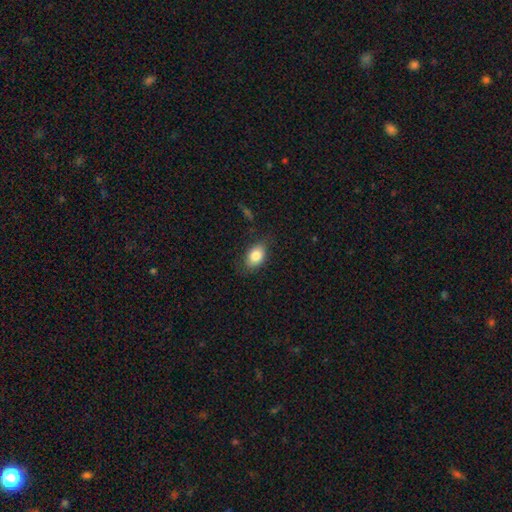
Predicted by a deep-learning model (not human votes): A smooth galaxy with no disk features (83%) that is in between round and cigar-shaped (83%).

Vote fractions:
- Smooth or featured? smooth: 83% / featured or disk: 10% / star or artifact: 8%
- How rounded? in between: 83% / round: 15% / cigar-shaped: 2%
- Merging? none: 75% / minor disturbance: 18% / major disturbance: 5% / merger: 1%